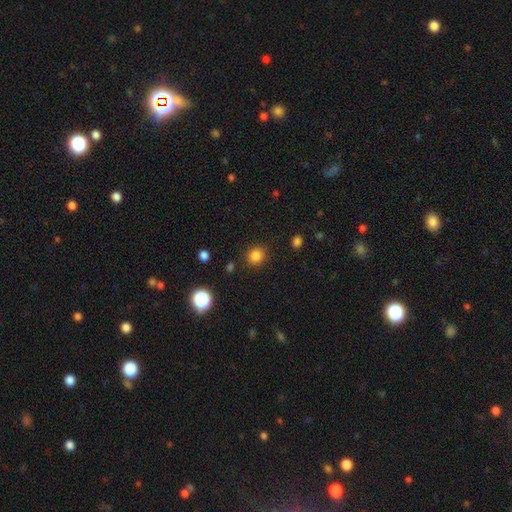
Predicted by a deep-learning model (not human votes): smooth-or-featured: smooth: 83% | star or artifact: 12% | featured or disk: 4%
  how-rounded: round: 84% | in between: 15% | cigar-shaped: 1%
  merging: none: 88% | minor disturbance: 8% | major disturbance: 3% | merger: 2%